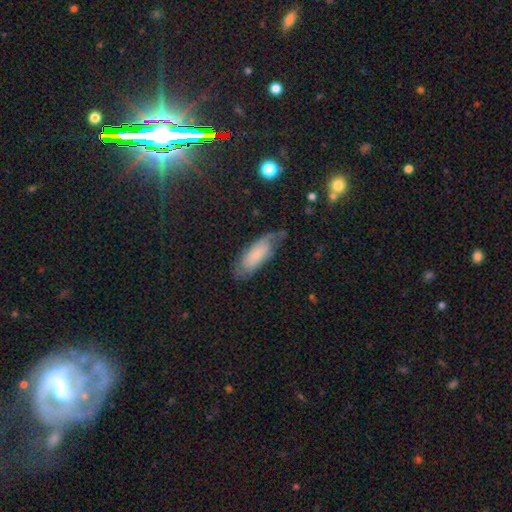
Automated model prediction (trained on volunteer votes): smooth-or-featured: smooth: 60% | featured or disk: 31% | star or artifact: 8%
  how-rounded: in between: 73% | cigar-shaped: 25% | round: 2%
  merging: none: 59% | minor disturbance: 29% | major disturbance: 10% | merger: 2%